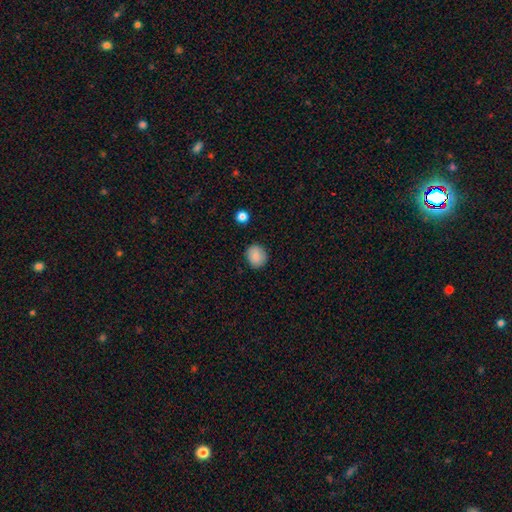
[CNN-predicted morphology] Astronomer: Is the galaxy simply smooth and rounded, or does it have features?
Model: smooth — 87%.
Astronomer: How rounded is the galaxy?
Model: round — 71%.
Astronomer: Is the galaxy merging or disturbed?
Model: none — 87%.